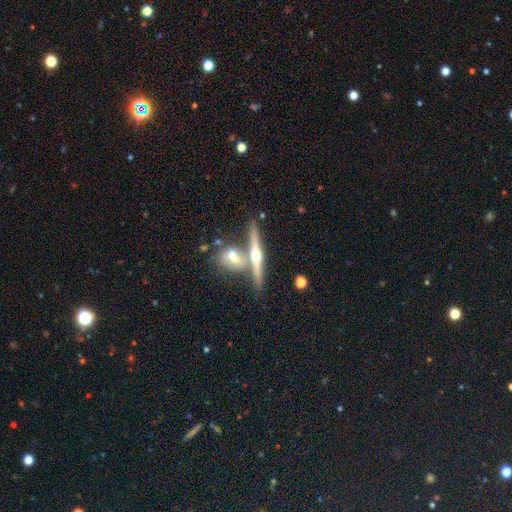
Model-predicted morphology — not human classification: type=featured or disk (75%); edge-on=yes (96%); edge-on bulge=rounded (93%); merging=none (56%).